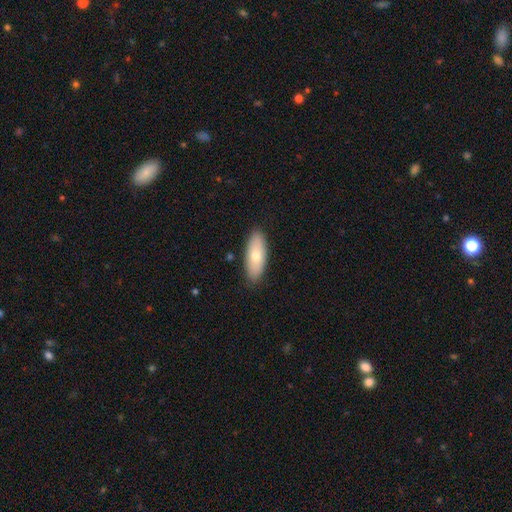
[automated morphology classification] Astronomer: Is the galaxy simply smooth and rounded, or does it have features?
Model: smooth — 67%.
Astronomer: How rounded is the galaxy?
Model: in between — 71%.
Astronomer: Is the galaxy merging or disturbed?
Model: none — 89%.